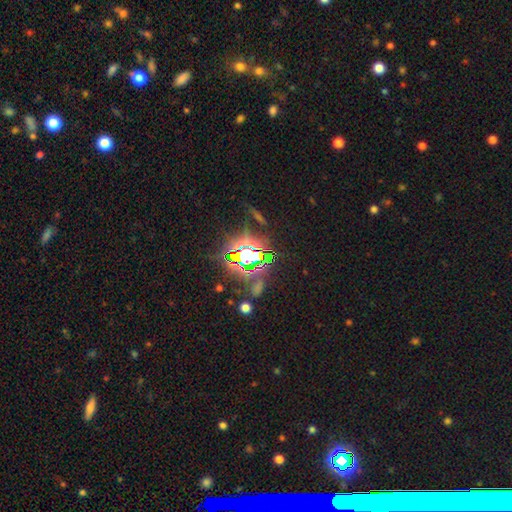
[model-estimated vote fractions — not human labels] smooth_or_featured: star or artifact (p=0.84) [alt: smooth p=0.09]